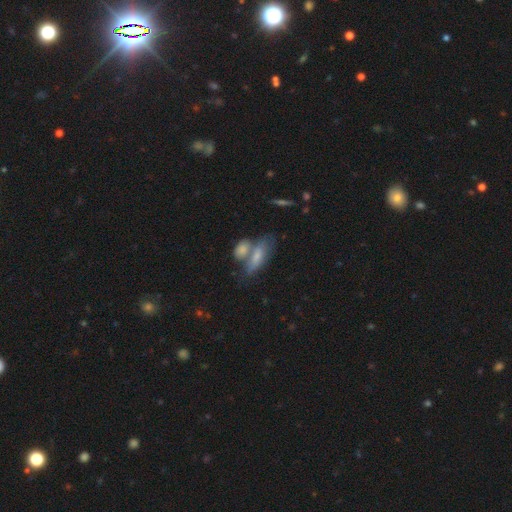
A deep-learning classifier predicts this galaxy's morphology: A smooth galaxy with no disk features (66%) that is in between round and cigar-shaped (70%). Merging: merger (46%).